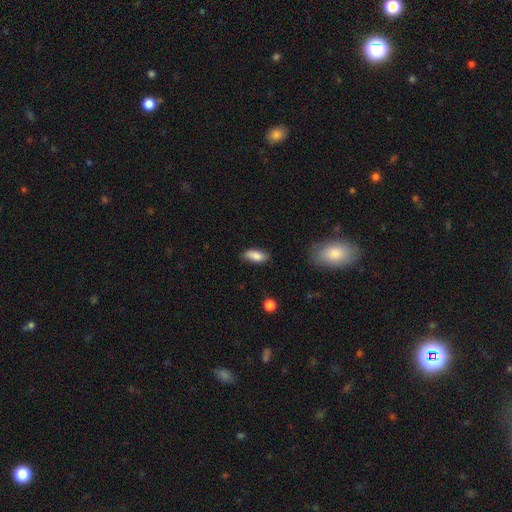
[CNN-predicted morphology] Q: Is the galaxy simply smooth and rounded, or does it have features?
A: smooth — 86%.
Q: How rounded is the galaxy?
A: in between — 82%.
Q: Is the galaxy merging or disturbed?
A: none — 79%.